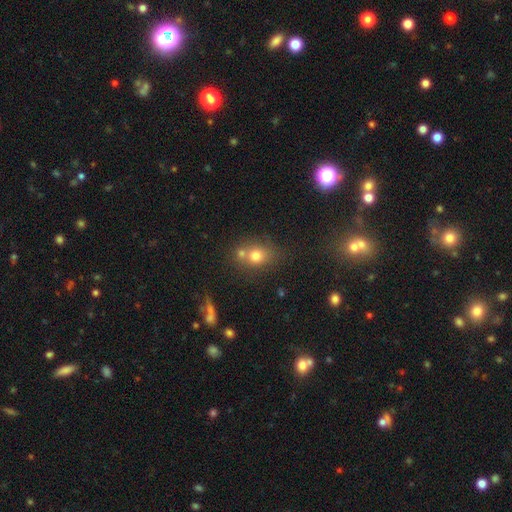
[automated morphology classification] A smooth galaxy with no disk features (73%) that is round (61%).

Vote fractions:
- Smooth or featured? smooth: 73% / featured or disk: 14% / star or artifact: 13%
- How rounded? round: 61% / in between: 38% / cigar-shaped: 2%
- Merging? none: 50% / merger: 32% / minor disturbance: 13% / major disturbance: 5%